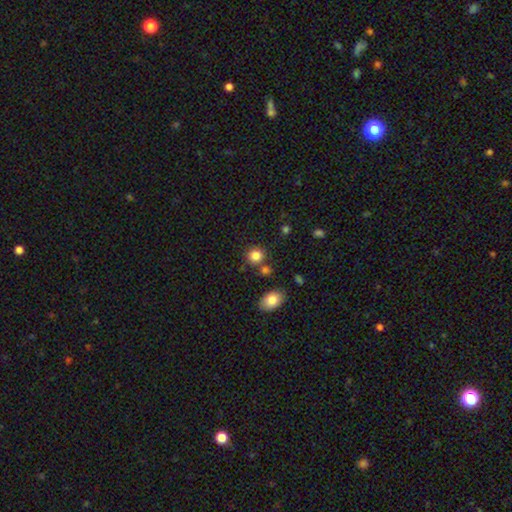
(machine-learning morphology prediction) Overall: smooth (84%). How rounded: round (82%). Merging: none (77%).